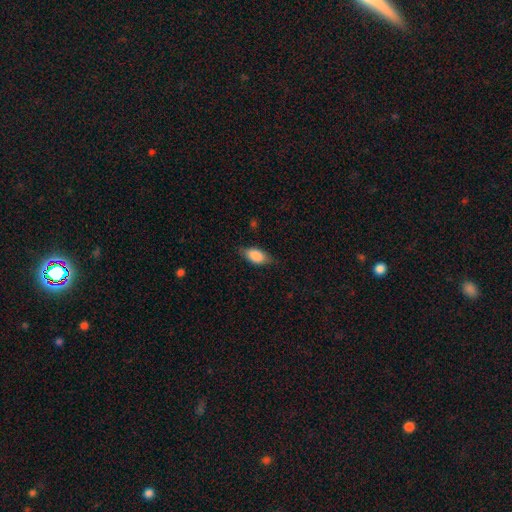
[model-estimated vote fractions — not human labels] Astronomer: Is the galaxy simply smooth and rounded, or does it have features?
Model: smooth — 85%.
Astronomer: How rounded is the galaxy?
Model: in between — 89%.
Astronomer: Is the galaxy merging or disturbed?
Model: none — 73%.